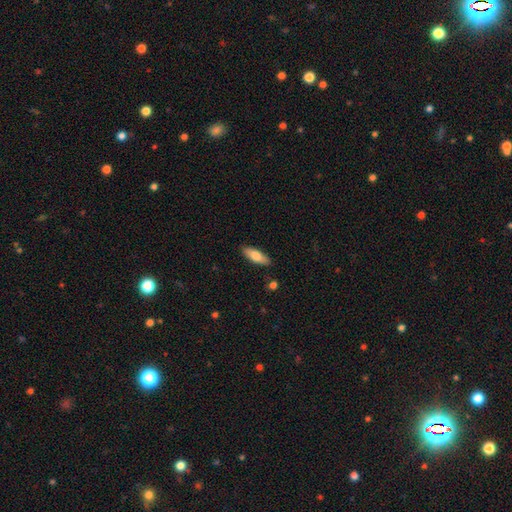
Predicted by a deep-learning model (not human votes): smooth-or-featured: smooth: 77% | featured or disk: 17% | star or artifact: 6%
  how-rounded: in between: 61% | cigar-shaped: 37% | round: 2%
  merging: none: 87% | minor disturbance: 9% | major disturbance: 2% | merger: 2%